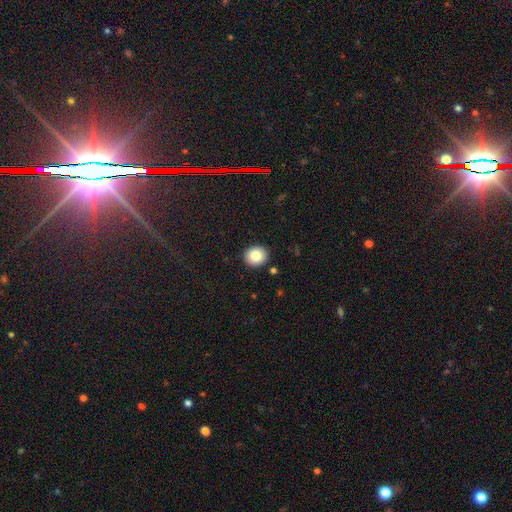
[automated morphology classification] smooth-or-featured: smooth: 84% | star or artifact: 9% | featured or disk: 7%
  how-rounded: round: 80% | in between: 19% | cigar-shaped: 1%
  merging: none: 91% | minor disturbance: 6% | major disturbance: 2% | merger: 1%